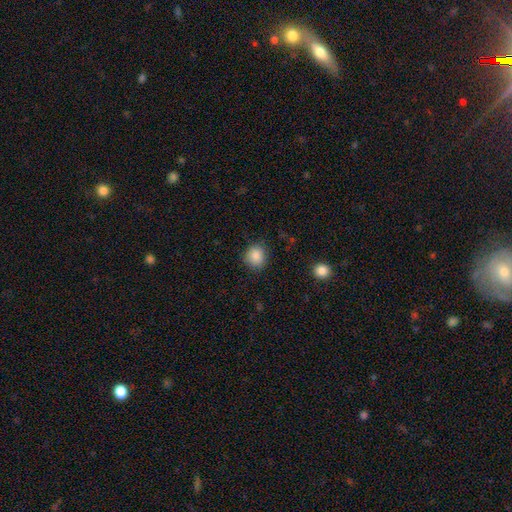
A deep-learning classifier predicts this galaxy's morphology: The model was most divided on "how rounded": round: 82%, in between: 17%, cigar-shaped: 1%. More confident: smooth or featured — smooth (87%); merging — none (84%).